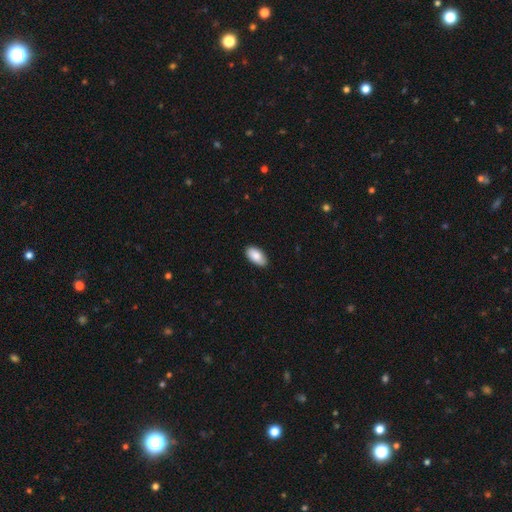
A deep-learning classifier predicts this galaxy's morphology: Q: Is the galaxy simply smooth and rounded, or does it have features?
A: smooth — 87%.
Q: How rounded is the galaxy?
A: in between — 95%.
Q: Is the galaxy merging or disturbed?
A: none — 88%.